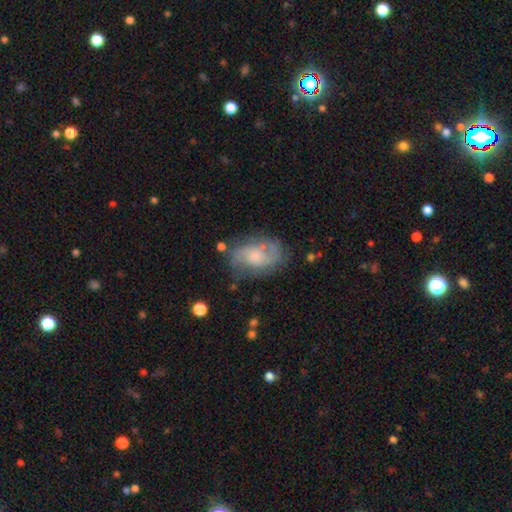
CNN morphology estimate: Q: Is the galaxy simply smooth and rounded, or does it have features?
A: featured or disk — 69%.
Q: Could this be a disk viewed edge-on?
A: no — 97%.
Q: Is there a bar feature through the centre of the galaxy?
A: no — 68%.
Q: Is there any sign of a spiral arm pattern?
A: yes — 86%.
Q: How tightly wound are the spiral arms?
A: medium — 46%.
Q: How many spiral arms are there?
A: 2 — 69%.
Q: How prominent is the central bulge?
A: small — 42%.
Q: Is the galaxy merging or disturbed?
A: none — 62%.